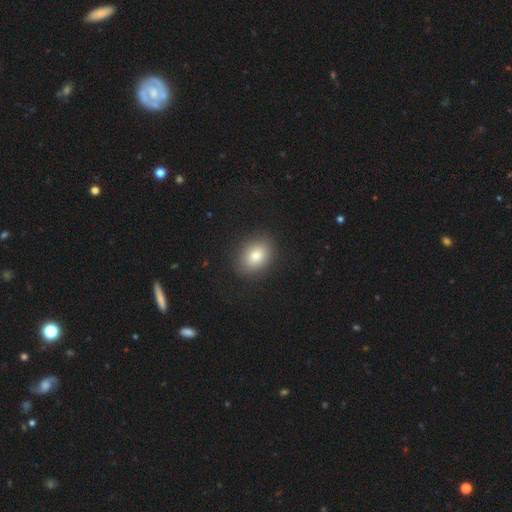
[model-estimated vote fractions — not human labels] Morphology: type=smooth (81%); roundness=in between (67%); merging=none (88%).